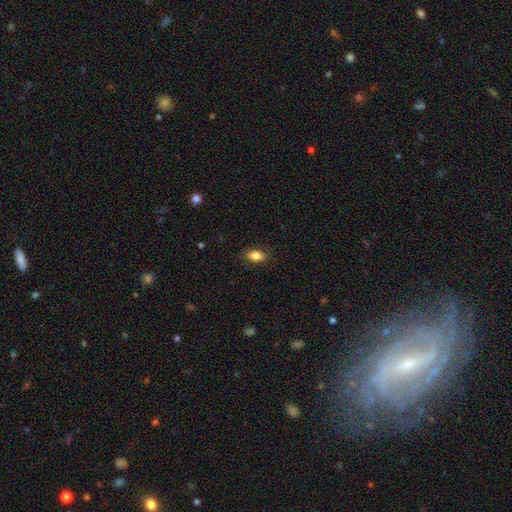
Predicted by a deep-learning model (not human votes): This is clearly a smooth galaxy (84%). How rounded: clearly in between (86%). Merging: clearly none (86%).